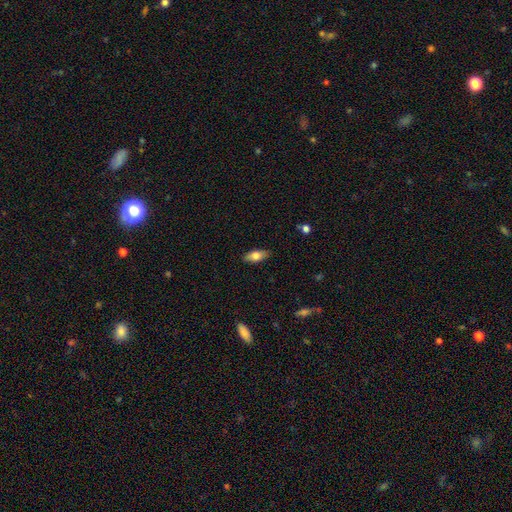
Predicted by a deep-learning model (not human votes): This appears to be a smooth galaxy with no disk features (74%) that is in between round and cigar-shaped (81%). Merging: none (87%).